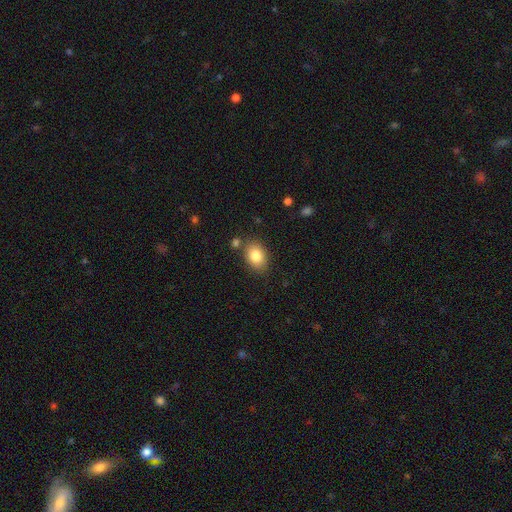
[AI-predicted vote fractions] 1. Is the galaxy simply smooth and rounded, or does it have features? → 84% smooth, 8% featured or disk, 8% star or artifact.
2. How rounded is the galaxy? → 80% in between, 19% round, 1% cigar-shaped.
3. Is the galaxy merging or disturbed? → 79% none, 12% minor disturbance, 5% merger, 3% major disturbance.